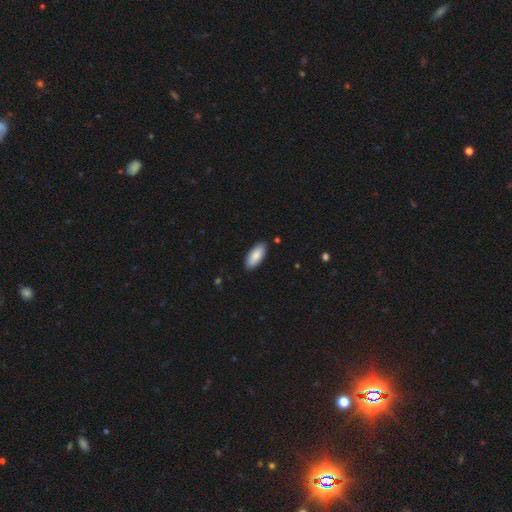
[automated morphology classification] Smooth or featured? smooth (87%)
How rounded? in between (86%)
Merging? none (88%)